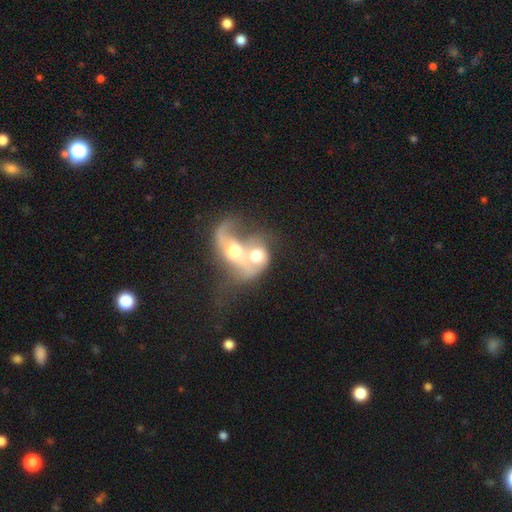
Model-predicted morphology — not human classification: Smooth or featured: featured or disk — 55% (smooth — 37%)
Edge-on disk: no — 95% (yes — 5%)
Bar: no — 76% (weak — 18%)
Spiral arms: yes — 56% (no — 44%)
Bulge size: moderate — 52% (large — 30%)
Merging: merger — 82% (major disturbance — 9%)